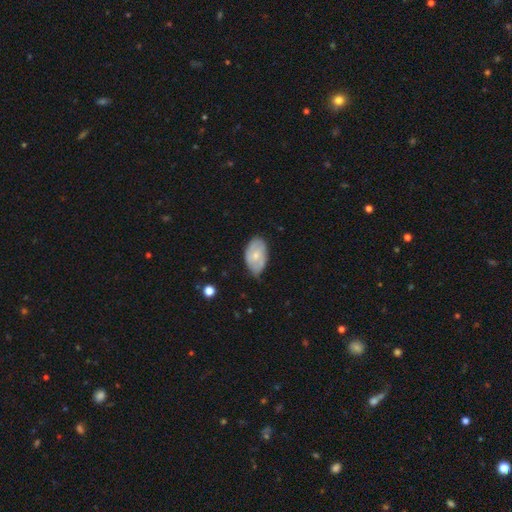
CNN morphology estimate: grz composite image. It shows a smooth galaxy with no disk features (48%). Merging: none (61%).